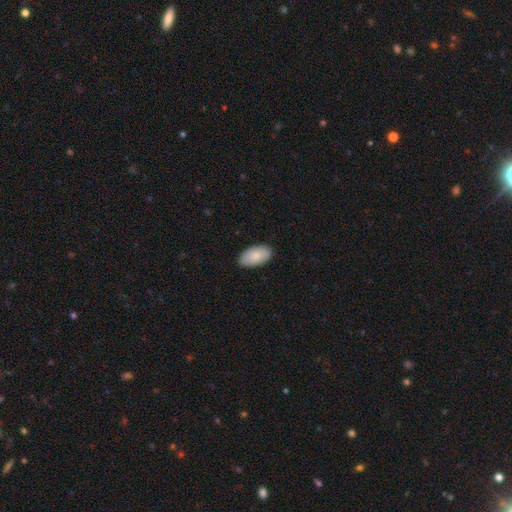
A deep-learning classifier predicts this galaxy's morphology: Smooth or featured? smooth (85%)
How rounded? in between (96%)
Merging? none (86%)